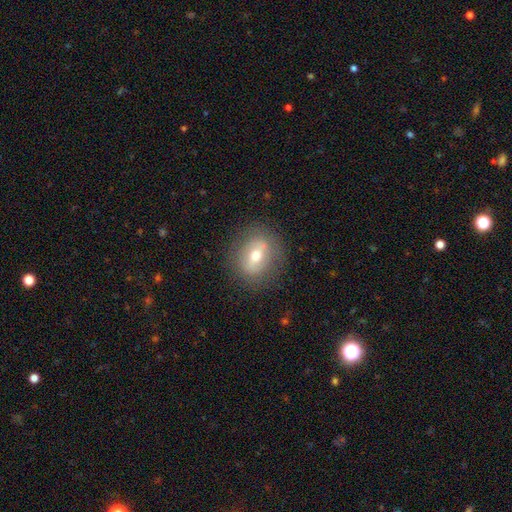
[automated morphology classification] Smooth or featured? Predicted: smooth (p=0.47). Merging? Predicted: none (p=0.82).